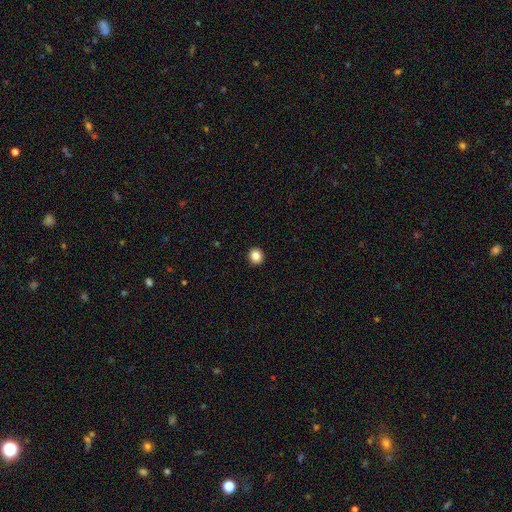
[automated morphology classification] A smooth galaxy with no disk features (85%) that is round (88%). Merging: none (93%).